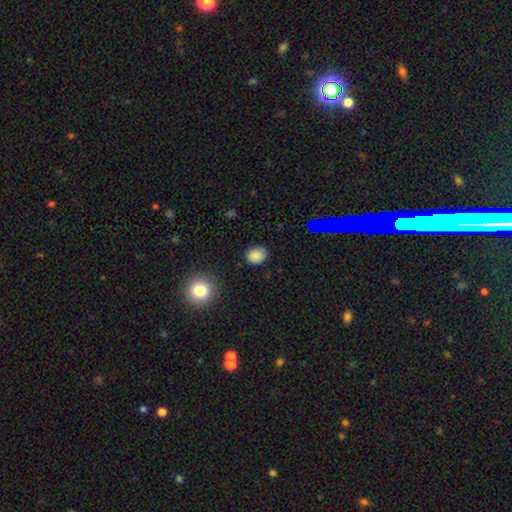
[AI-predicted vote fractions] smooth_or_featured: smooth (p=0.83) [alt: star or artifact p=0.12]
how_rounded: round (p=0.61) [alt: in between p=0.38]
merging: none (p=0.85) [alt: minor disturbance p=0.11]